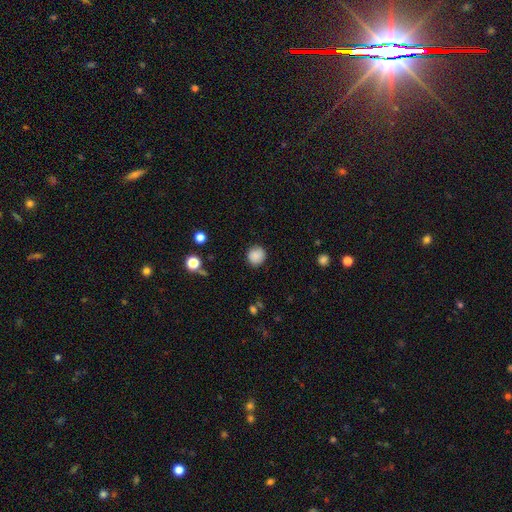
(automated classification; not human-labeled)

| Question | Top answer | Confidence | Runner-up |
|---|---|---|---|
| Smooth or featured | smooth | 87% | star or artifact (9%) |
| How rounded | round | 90% | in between (9%) |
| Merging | none | 87% | minor disturbance (9%) |